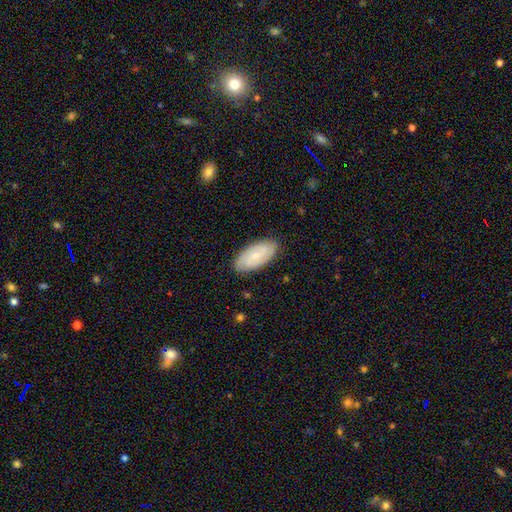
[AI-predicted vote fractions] Overall: smooth (64%; featured or disk 30%). How rounded: in between (91%). Merging: none (85%).